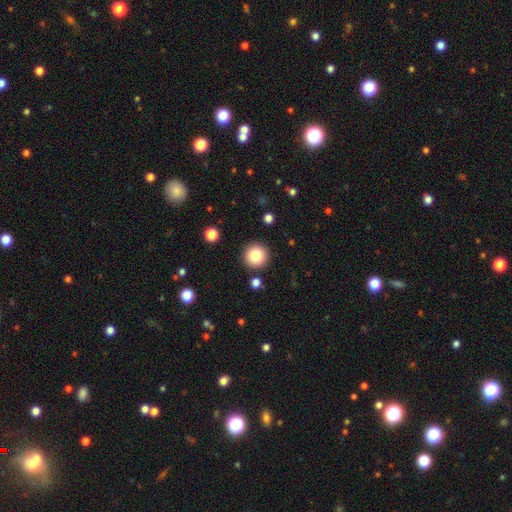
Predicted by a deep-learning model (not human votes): smooth 84%, star or artifact 10%, featured or disk 6%. Down the decision tree: how rounded — round (96%); merging — none (90%).